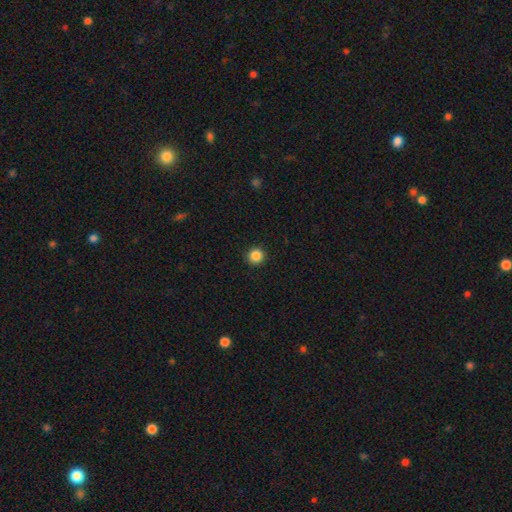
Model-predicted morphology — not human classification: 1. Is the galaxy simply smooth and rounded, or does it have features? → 86% smooth, 10% star or artifact, 3% featured or disk.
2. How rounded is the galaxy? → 95% round, 4% in between, 1% cigar-shaped.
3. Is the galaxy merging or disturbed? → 93% none, 4% minor disturbance, 2% major disturbance, 1% merger.